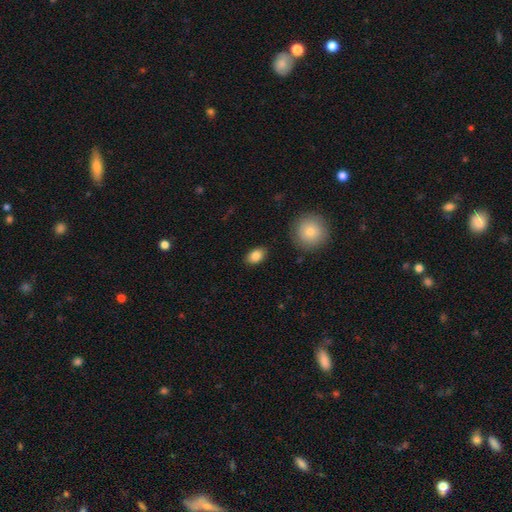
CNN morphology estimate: This appears to be a smooth galaxy with no disk features (85%) that is in between round and cigar-shaped (84%). Merging: none (86%).